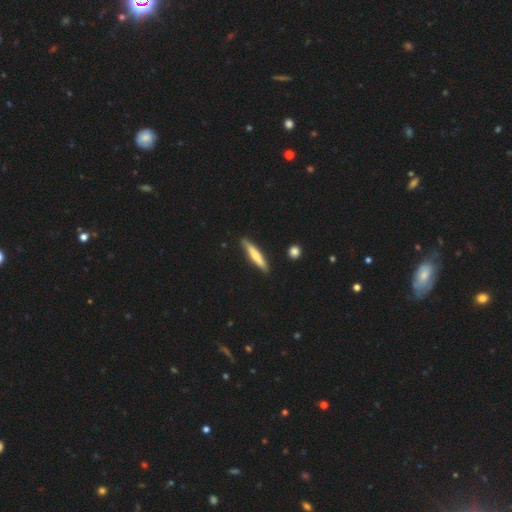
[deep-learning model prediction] This appears to be a smooth galaxy with no disk features (64%) that is cigar-shaped (90%). Merging: none (87%).